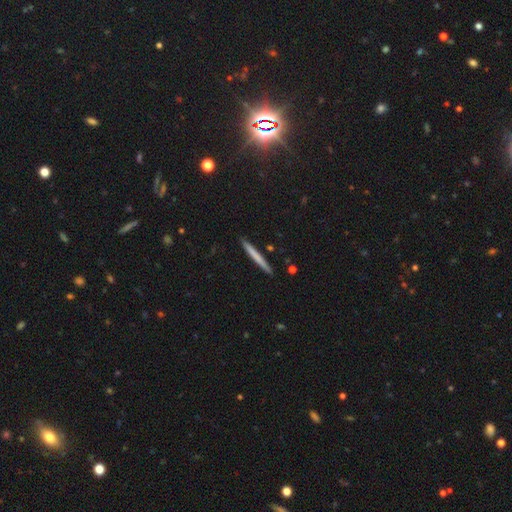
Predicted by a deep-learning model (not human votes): A smooth galaxy with no disk features (64%) that is cigar-shaped (97%).

Vote fractions:
- Smooth or featured? smooth: 64% / featured or disk: 31% / star or artifact: 5%
- How rounded? cigar-shaped: 97% / in between: 2% / round: 1%
- Merging? none: 91% / minor disturbance: 6% / merger: 1% / major disturbance: 1%